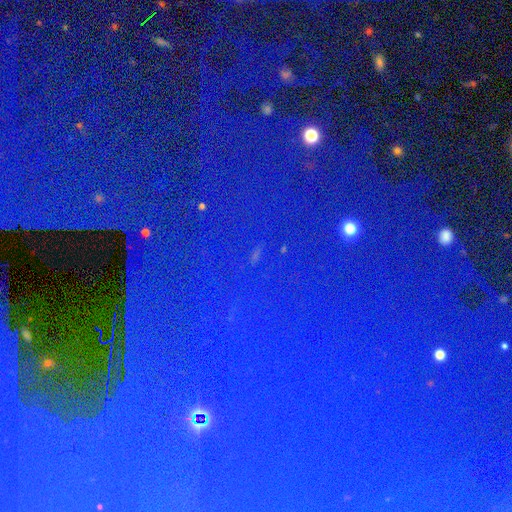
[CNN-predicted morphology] Q: Smooth or featured?
A: star or artifact (80%); runner-up: smooth (10%)